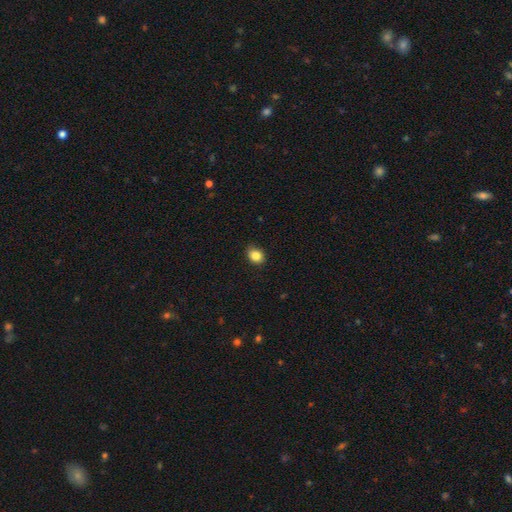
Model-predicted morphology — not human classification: Smooth or featured? Predicted: smooth (p=0.85). How rounded? Predicted: round (p=0.57). Merging? Predicted: none (p=0.84).